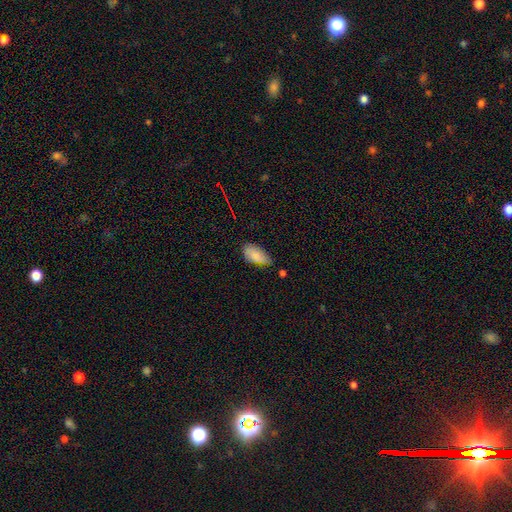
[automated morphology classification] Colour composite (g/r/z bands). It shows a smooth galaxy with no disk features (83%) that is in between round and cigar-shaped (92%). Merging: none (49%).